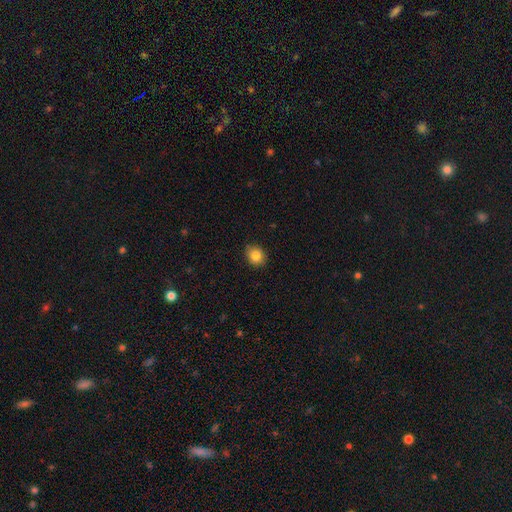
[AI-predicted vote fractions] A smooth galaxy with no disk features (84%) that is round (72%). Merging: none (89%).